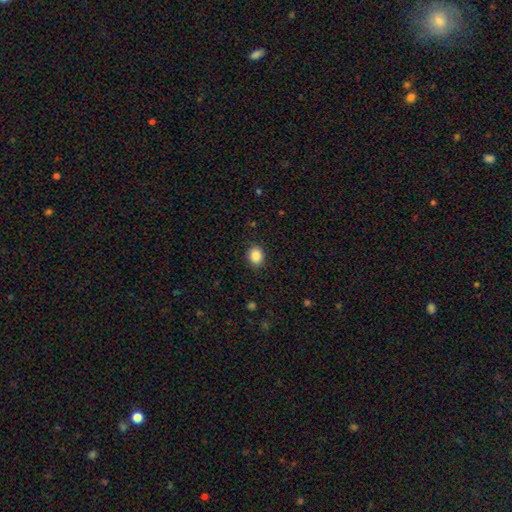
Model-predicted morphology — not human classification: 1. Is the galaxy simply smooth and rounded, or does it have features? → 87% smooth, 9% star or artifact, 4% featured or disk.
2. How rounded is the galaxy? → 59% round, 40% in between, 1% cigar-shaped.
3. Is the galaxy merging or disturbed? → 88% none, 8% minor disturbance, 2% major disturbance, 1% merger.